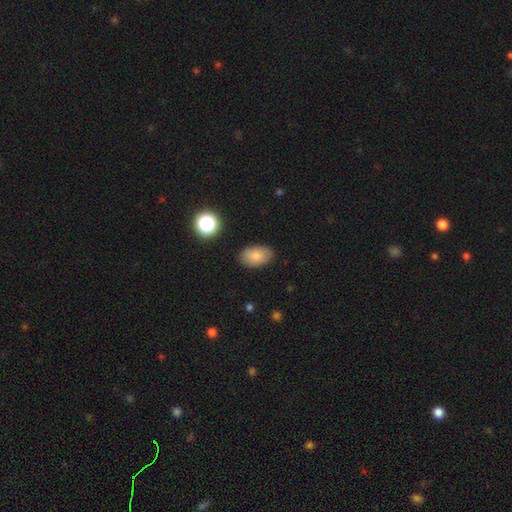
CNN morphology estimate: The model was most divided on "smooth or featured": smooth: 82%, featured or disk: 9%, star or artifact: 9%. More confident: how rounded — in between (91%); merging — none (84%).